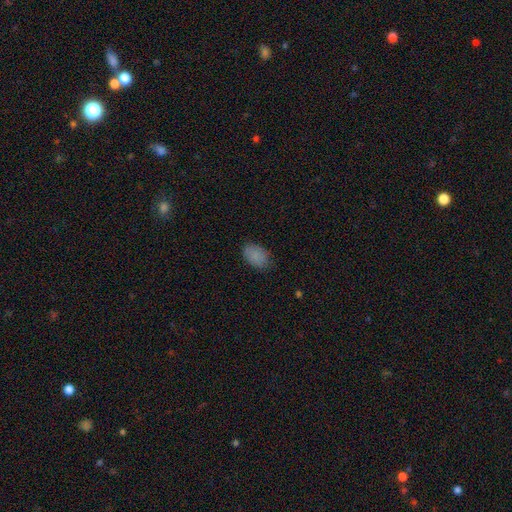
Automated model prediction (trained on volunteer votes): Smooth or featured?
  - smooth: 86% *
  - star or artifact: 8%
  - featured or disk: 6%
How rounded?
  - in between: 87% *
  - round: 12%
  - cigar-shaped: 1%
Merging?
  - none: 79% *
  - minor disturbance: 17%
  - major disturbance: 3%
  - merger: 1%